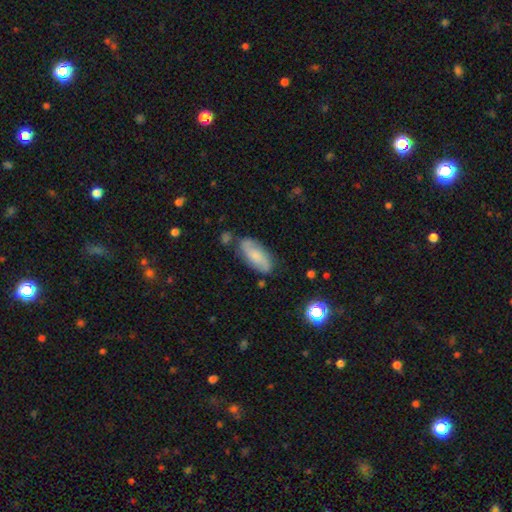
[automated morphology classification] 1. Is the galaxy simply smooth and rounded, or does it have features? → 52% smooth, 40% featured or disk, 8% star or artifact.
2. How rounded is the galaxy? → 79% in between, 18% cigar-shaped, 3% round.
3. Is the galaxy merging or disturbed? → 73% none, 18% minor disturbance, 5% merger, 4% major disturbance.